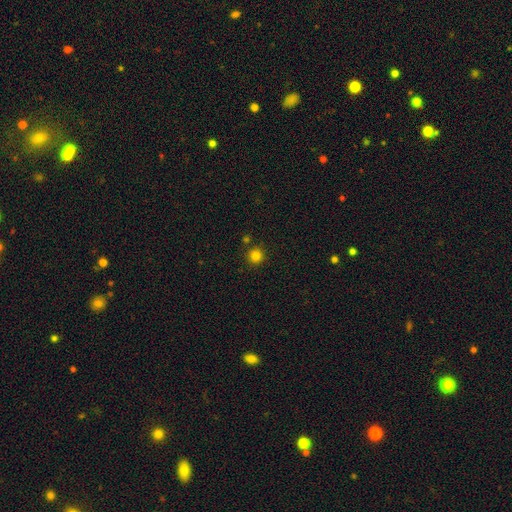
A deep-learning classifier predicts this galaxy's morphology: Smooth or featured? Predicted: smooth (p=0.81). How rounded? Predicted: round (p=0.95). Merging? Predicted: none (p=0.87).